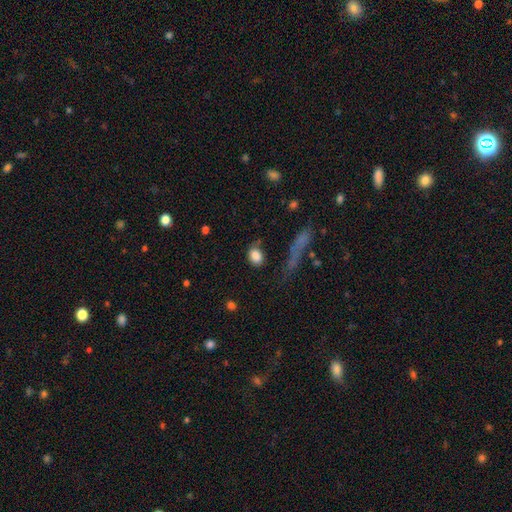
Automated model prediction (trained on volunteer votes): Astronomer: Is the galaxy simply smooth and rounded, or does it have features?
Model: smooth — 84%.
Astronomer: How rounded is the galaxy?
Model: in between — 58% (runner-up: round, 40%).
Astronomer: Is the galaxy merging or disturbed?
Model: none — 58%.